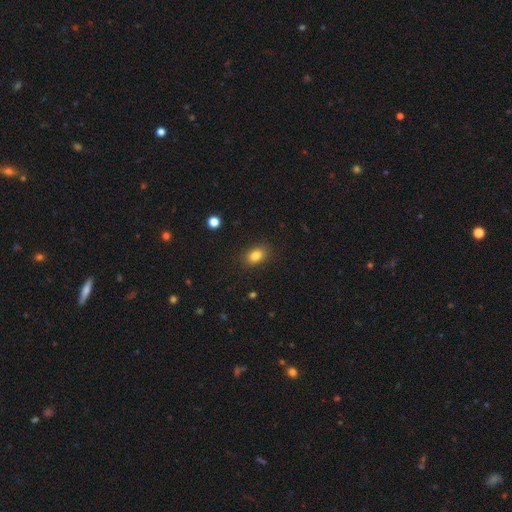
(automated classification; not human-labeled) smooth_or_featured: smooth (p=0.83) [alt: star or artifact p=0.10]
how_rounded: in between (p=0.76) [alt: round p=0.22]
merging: none (p=0.87) [alt: minor disturbance p=0.09]